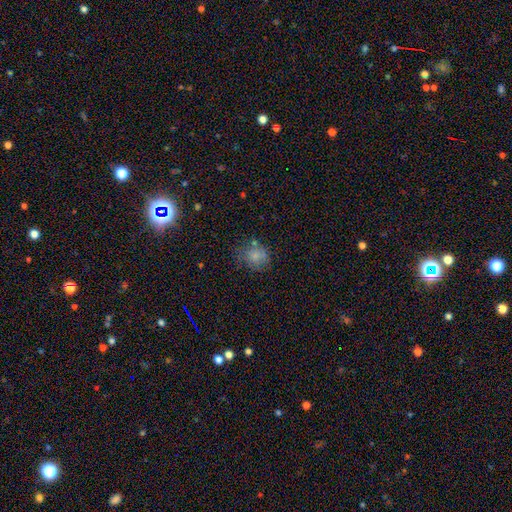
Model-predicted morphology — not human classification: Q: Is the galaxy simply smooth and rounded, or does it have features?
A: smooth — 74%.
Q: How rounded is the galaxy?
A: round — 72%.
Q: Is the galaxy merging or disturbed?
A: none — 61%.